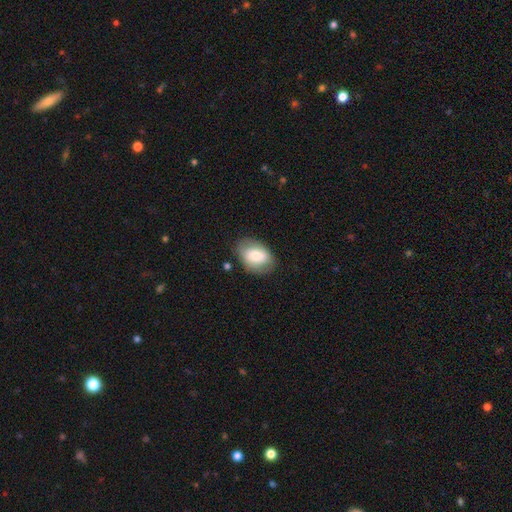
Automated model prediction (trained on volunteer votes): A smooth galaxy with no disk features (72%) that is in between round and cigar-shaped (84%). Merging: none (75%).